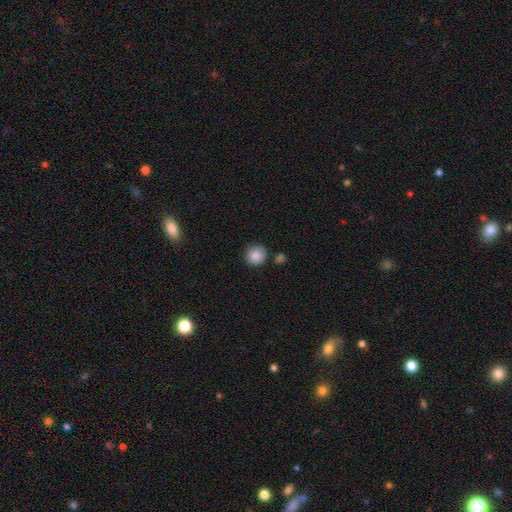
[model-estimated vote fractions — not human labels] Q: Smooth or featured?
A: smooth (87%); runner-up: star or artifact (9%)
Q: How rounded?
A: round (92%); runner-up: in between (7%)
Q: Merging?
A: none (81%); runner-up: minor disturbance (11%)